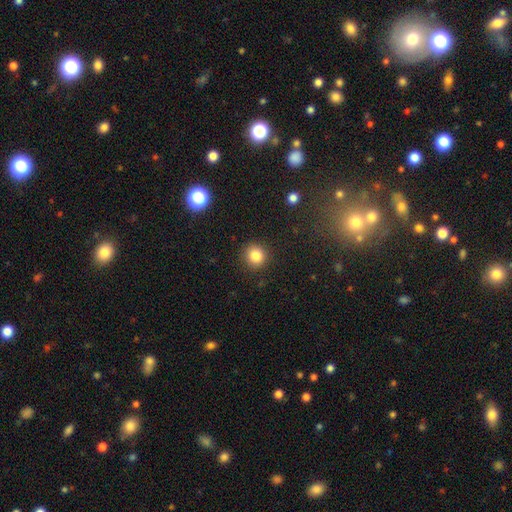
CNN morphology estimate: This is clearly a smooth galaxy (83%). How rounded: clearly round (91%). Merging: clearly none (90%).